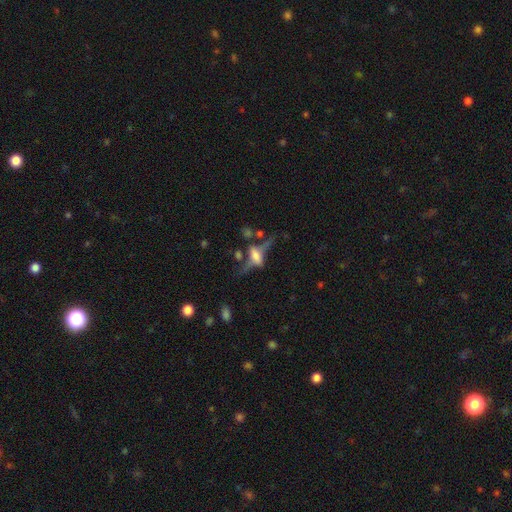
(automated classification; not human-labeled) This is likely a featured or disk galaxy (72%). It is clearly viewed edge-on (82%). Edge-on bulge: clearly rounded (83%). Merging: possibly none (54%).